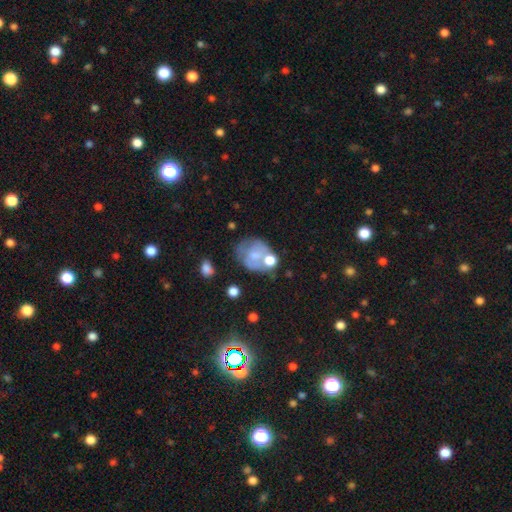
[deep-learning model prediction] Smooth or featured? Predicted: smooth (p=0.50). Merging? Predicted: none (p=0.38).